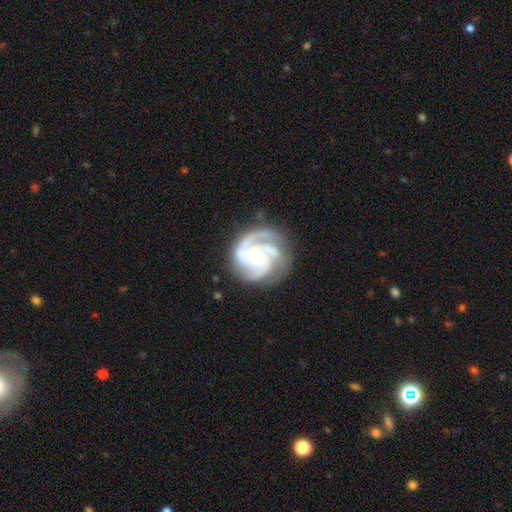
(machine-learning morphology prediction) Smooth or featured? Predicted: featured or disk (p=0.91). Edge-on disk? Predicted: no (p=0.98). Bar? Predicted: no (p=0.68). Spiral arms? Predicted: yes (p=0.98). Spiral winding? Predicted: tight (p=0.56). Spiral arm count? Predicted: 3 (p=0.69). Bulge size? Predicted: small (p=0.59). Merging? Predicted: none (p=0.76).